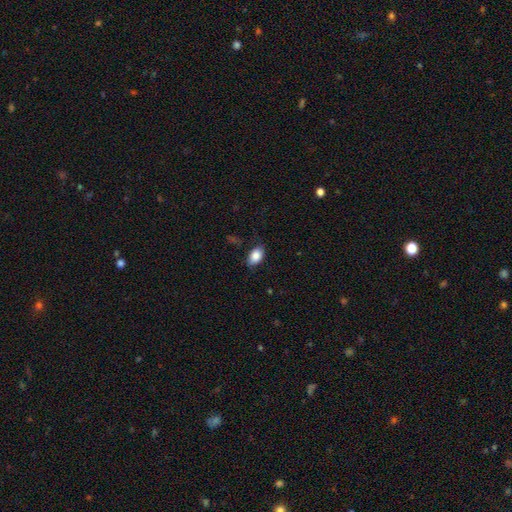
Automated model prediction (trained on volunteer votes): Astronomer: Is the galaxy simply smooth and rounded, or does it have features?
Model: smooth — 87%.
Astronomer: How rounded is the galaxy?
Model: in between — 89%.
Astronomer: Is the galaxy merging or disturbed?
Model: none — 80%.